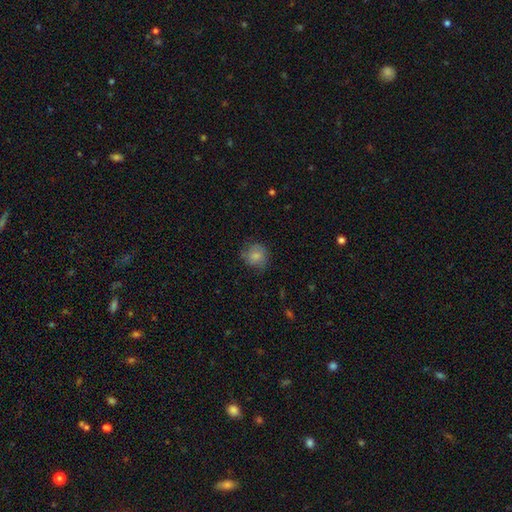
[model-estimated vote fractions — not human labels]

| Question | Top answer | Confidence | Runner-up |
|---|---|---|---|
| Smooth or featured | smooth | 77% | featured or disk (15%) |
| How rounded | round | 83% | in between (16%) |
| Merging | none | 69% | minor disturbance (23%) |